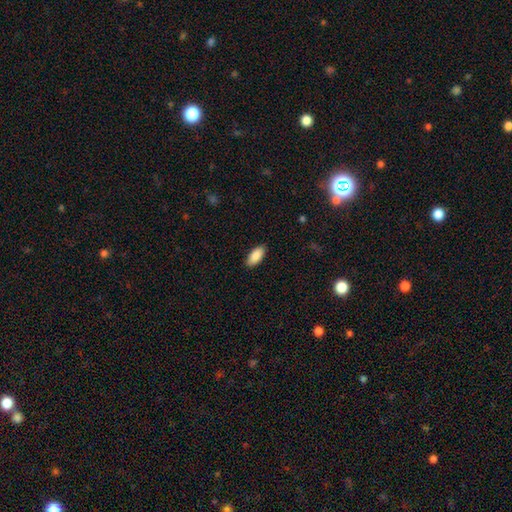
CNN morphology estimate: A smooth galaxy with no disk features (90%) that is in between round and cigar-shaped (90%). Merging: none (89%).